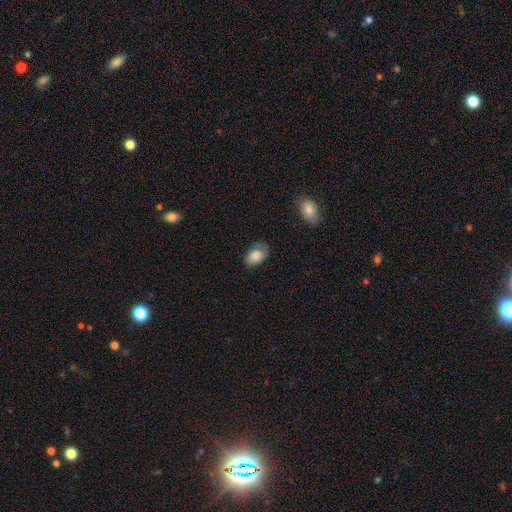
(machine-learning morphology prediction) The model was most divided on "merging": none: 63%, minor disturbance: 27%, major disturbance: 8%, merger: 2%. More confident: how rounded — in between (85%); smooth or featured — smooth (83%).